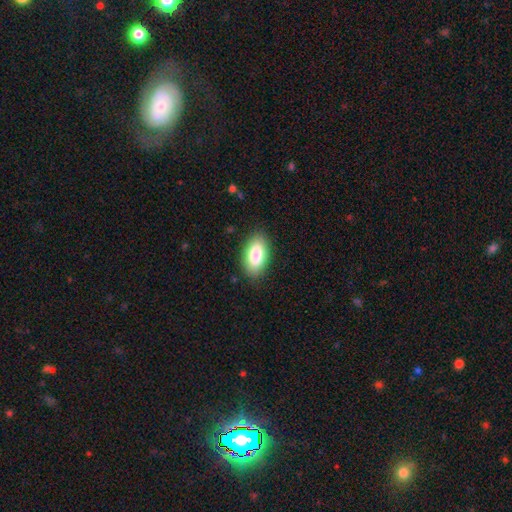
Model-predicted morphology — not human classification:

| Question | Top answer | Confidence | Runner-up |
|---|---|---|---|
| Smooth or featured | smooth | 85% | featured or disk (9%) |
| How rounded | in between | 93% | cigar-shaped (3%) |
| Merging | none | 87% | minor disturbance (9%) |